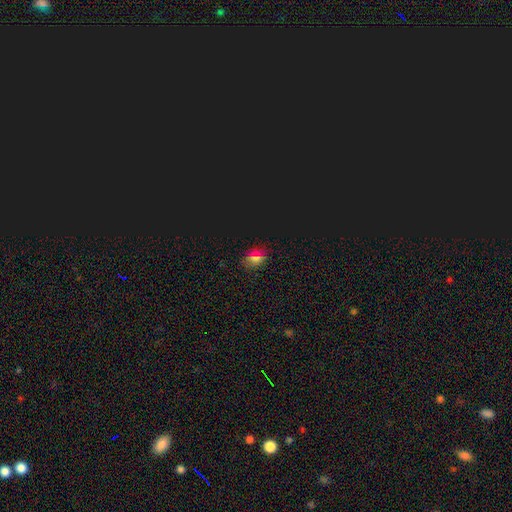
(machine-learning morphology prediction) smooth-or-featured: smooth: 50% | star or artifact: 40% | featured or disk: 10%
  how-rounded: in between: 68% | round: 27% | cigar-shaped: 5%
  merging: none: 86% | minor disturbance: 10% | major disturbance: 3% | merger: 2%